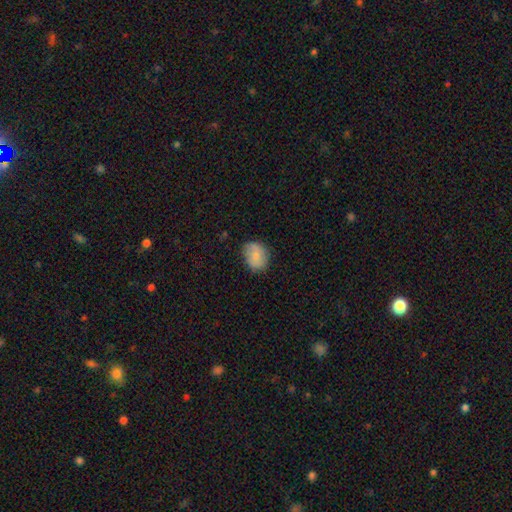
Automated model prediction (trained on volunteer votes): Overall: smooth (76%). How rounded: round (51%; in between 48%). Merging: none (75%).